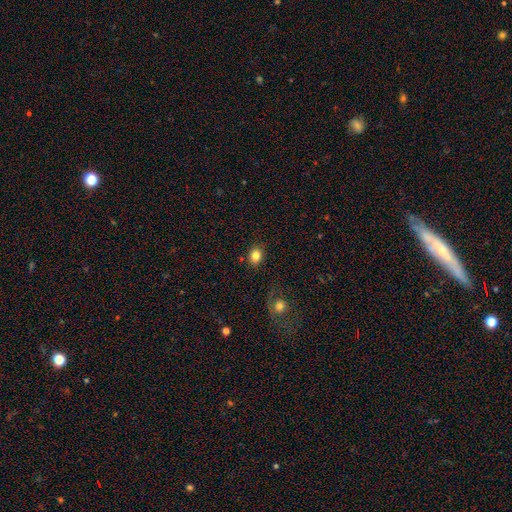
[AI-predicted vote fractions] smooth_or_featured: smooth (p=0.83) [alt: star or artifact p=0.10]
how_rounded: round (p=0.52) [alt: in between p=0.48]
merging: none (p=0.85) [alt: minor disturbance p=0.09]